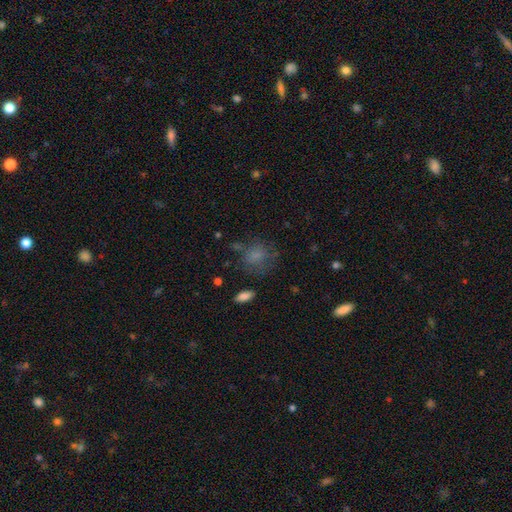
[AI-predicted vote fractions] This is likely a smooth galaxy (70%). How rounded: possibly round (60%). Merging: possibly none (55%).